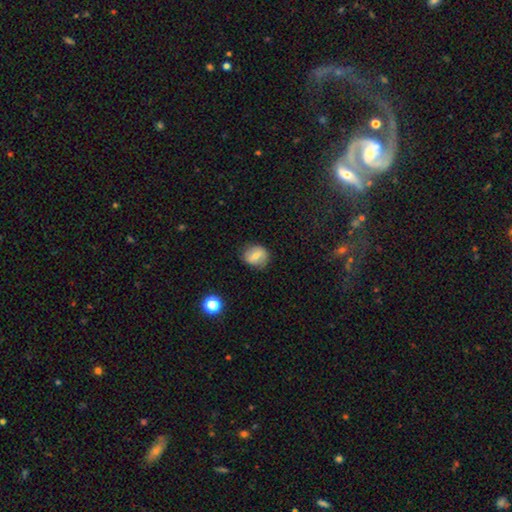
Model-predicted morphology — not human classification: Overall: smooth (56%; featured or disk 35%). How rounded: round (71%). Merging: none (80%).